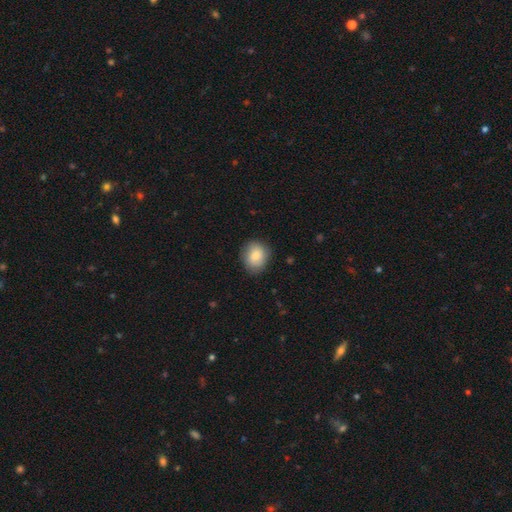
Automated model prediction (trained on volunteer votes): Smooth or featured: smooth — 82% (featured or disk — 11%)
How rounded: round — 64% (in between — 35%)
Merging: none — 82% (minor disturbance — 14%)